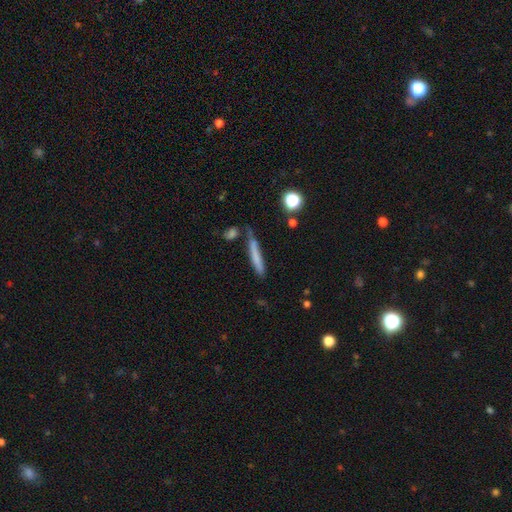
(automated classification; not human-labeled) smooth-or-featured: smooth: 68% | featured or disk: 23% | star or artifact: 9%
  how-rounded: cigar-shaped: 92% | in between: 5% | round: 2%
  merging: none: 65% | minor disturbance: 19% | merger: 10% | major disturbance: 7%